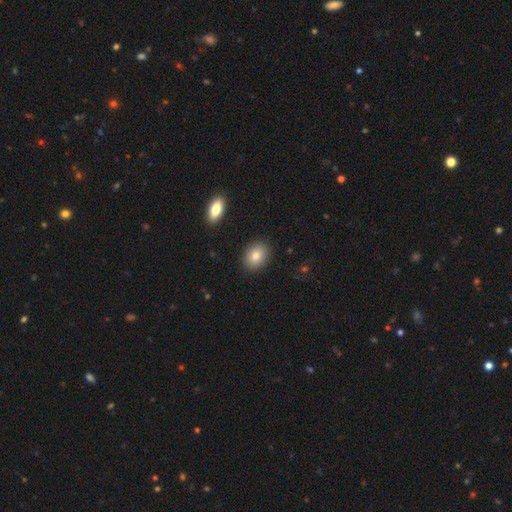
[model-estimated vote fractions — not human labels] smooth 84%, star or artifact 8%, featured or disk 8%. Down the decision tree: how rounded — in between (63%); merging — none (89%).